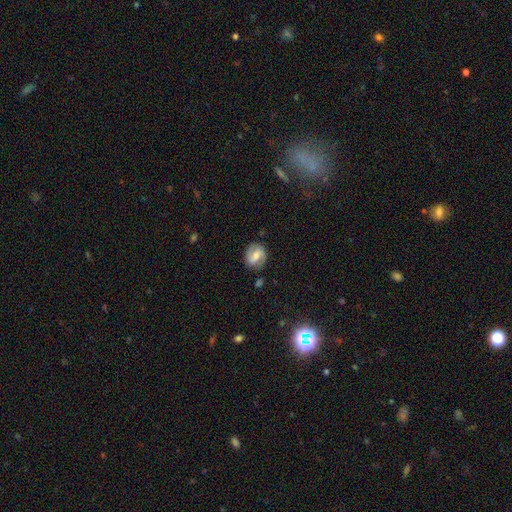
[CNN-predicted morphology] featured or disk 66%, smooth 27%, star or artifact 7%. Down the decision tree: edge-on disk — no (97%); bar — weak (47%); spiral arms — yes (87%); spiral arm count — 2 (88%); spiral winding — medium (46%); bulge size — moderate (55%); merging — none (81%).